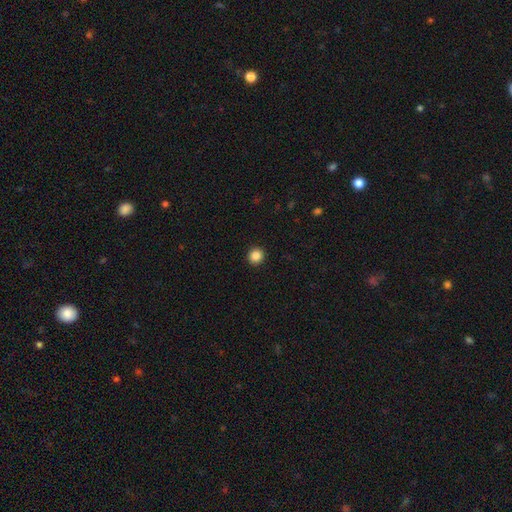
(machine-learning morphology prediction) Smooth or featured? Predicted: smooth (p=0.86). How rounded? Predicted: round (p=0.94). Merging? Predicted: none (p=0.93).